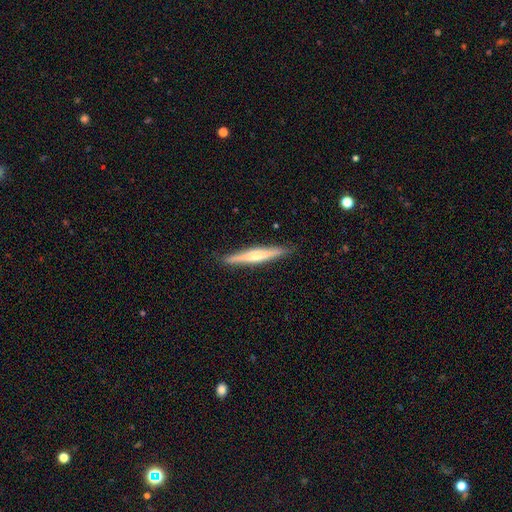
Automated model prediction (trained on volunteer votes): featured or disk 56%, smooth 38%, star or artifact 6%. Down the decision tree: edge-on disk — yes (96%); edge-on bulge — rounded (71%); merging — none (89%).